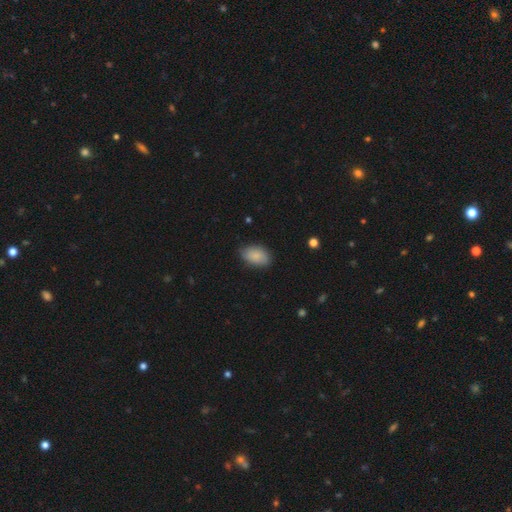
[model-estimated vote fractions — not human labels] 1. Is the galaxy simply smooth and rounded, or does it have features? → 84% smooth, 9% featured or disk, 7% star or artifact.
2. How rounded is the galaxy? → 90% in between, 9% round, 1% cigar-shaped.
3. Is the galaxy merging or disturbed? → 78% none, 17% minor disturbance, 3% major disturbance, 1% merger.